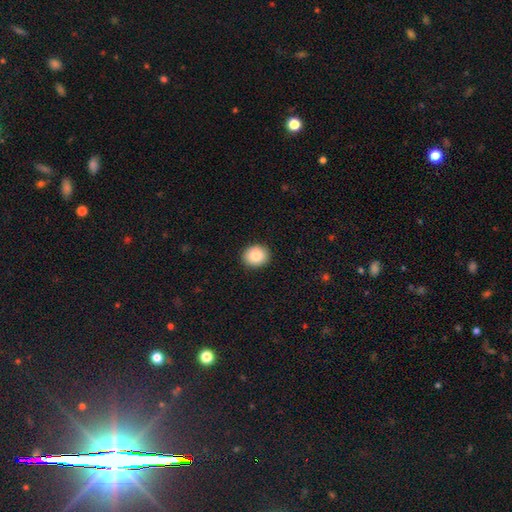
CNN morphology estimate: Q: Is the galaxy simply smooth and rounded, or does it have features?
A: smooth — 86%.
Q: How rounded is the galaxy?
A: round — 73%.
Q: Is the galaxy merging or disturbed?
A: none — 91%.